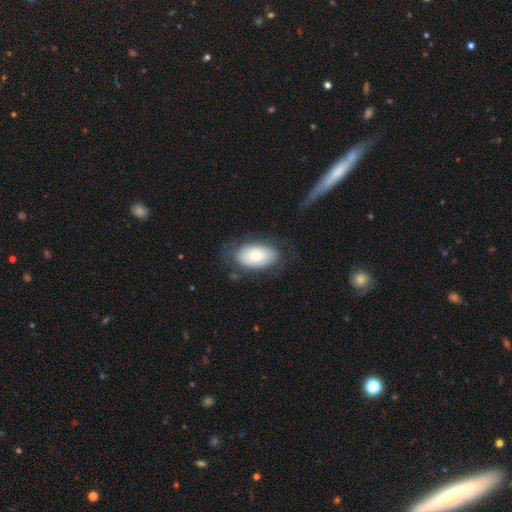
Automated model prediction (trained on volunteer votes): This is likely a smooth galaxy (71%). How rounded: clearly in between (93%). Merging: likely none (72%).